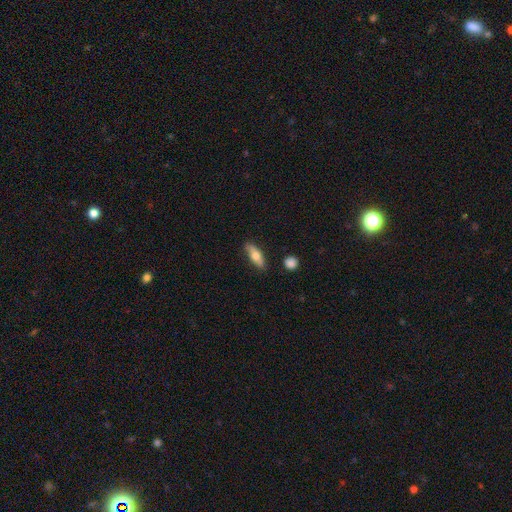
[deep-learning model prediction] Morphology: type=smooth (64%); roundness=in between (58%); merging=none (80%).